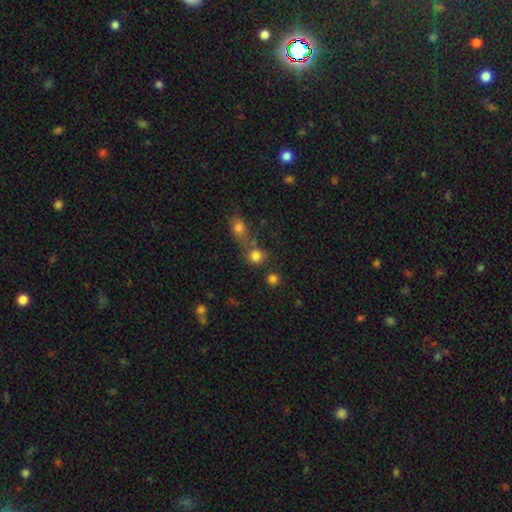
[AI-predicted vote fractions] smooth_or_featured: smooth (p=0.80) [alt: star or artifact p=0.13]
how_rounded: round (p=0.81) [alt: in between p=0.18]
merging: none (p=0.54) [alt: merger p=0.31]